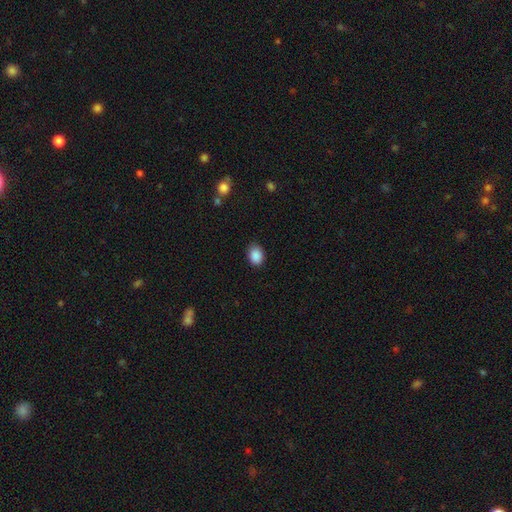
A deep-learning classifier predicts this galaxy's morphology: Smooth or featured: smooth — 89% (star or artifact — 8%)
How rounded: in between — 61% (round — 38%)
Merging: none — 83% (minor disturbance — 14%)